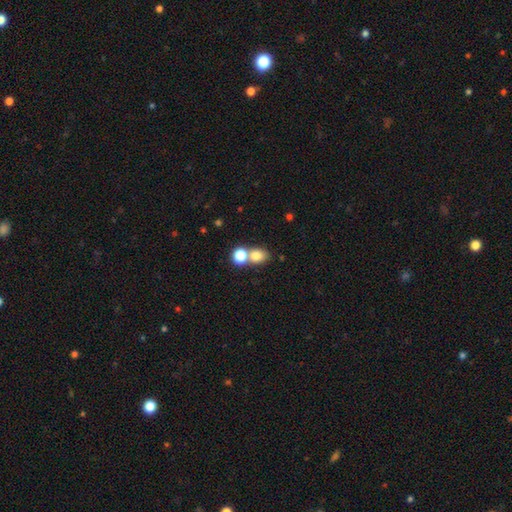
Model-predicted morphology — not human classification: The model was most divided on "merging": merger: 49%, none: 40%, minor disturbance: 7%, major disturbance: 3%. More confident: smooth or featured — smooth (77%); how rounded — round (55%).